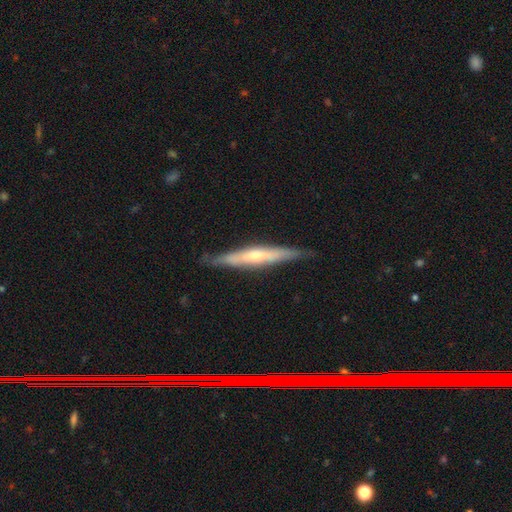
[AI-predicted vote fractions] A featured or disk galaxy (60%) viewed edge-on (92%) with a rounded central bulge (61%).

Vote fractions:
- Smooth or featured? featured or disk: 60% / smooth: 34% / star or artifact: 6%
- Edge-on disk? yes: 92% / no: 8%
- Edge-on bulge? rounded: 61% / none: 30% / boxy: 10%
- Merging? none: 84% / minor disturbance: 12% / major disturbance: 2% / merger: 1%